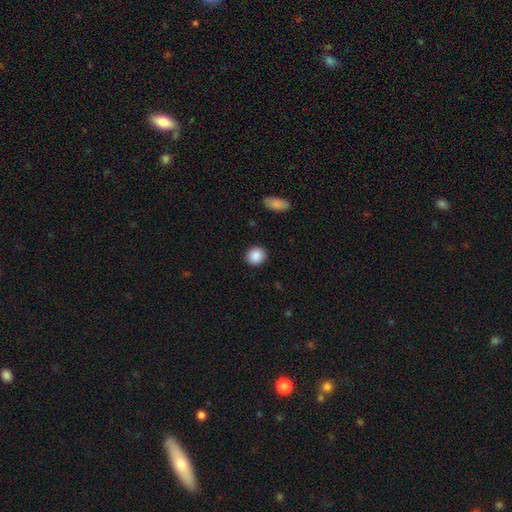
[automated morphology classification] smooth_or_featured: smooth (p=0.89) [alt: star or artifact p=0.08]
how_rounded: round (p=0.85) [alt: in between p=0.14]
merging: none (p=0.90) [alt: minor disturbance p=0.07]